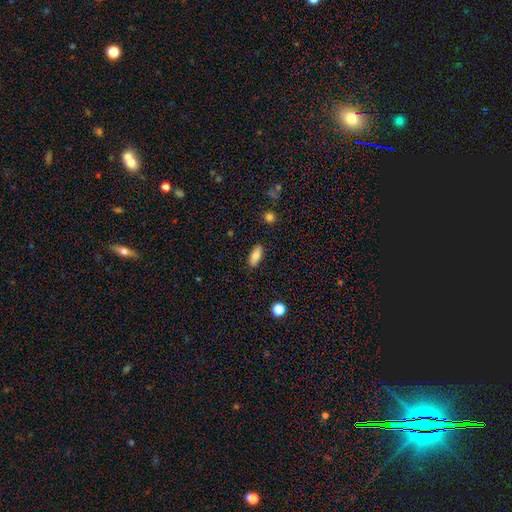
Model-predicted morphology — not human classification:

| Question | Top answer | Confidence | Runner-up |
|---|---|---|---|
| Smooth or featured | smooth | 83% | featured or disk (10%) |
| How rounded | in between | 82% | cigar-shaped (16%) |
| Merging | none | 88% | minor disturbance (9%) |